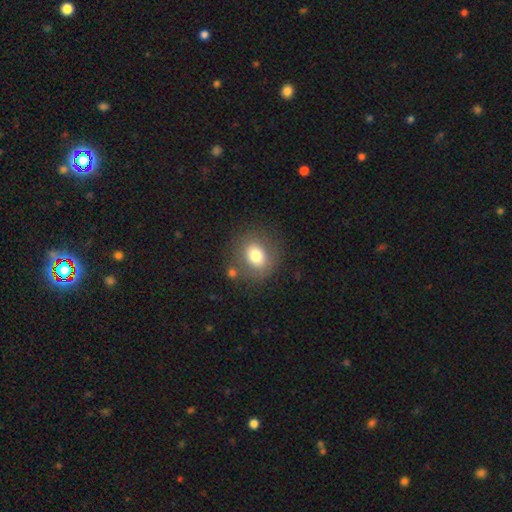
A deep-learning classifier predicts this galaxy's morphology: smooth 73%, featured or disk 17%, star or artifact 10%. Down the decision tree: how rounded — round (66%); merging — none (76%).